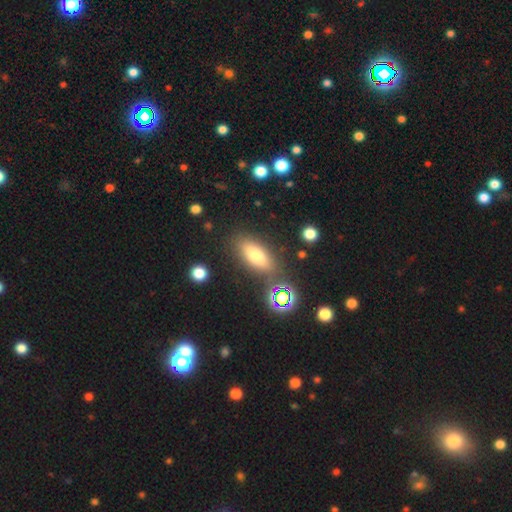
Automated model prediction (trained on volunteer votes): Q: Smooth or featured?
A: smooth (69%); runner-up: featured or disk (18%)
Q: How rounded?
A: in between (71%); runner-up: cigar-shaped (24%)
Q: Merging?
A: none (79%); runner-up: minor disturbance (12%)